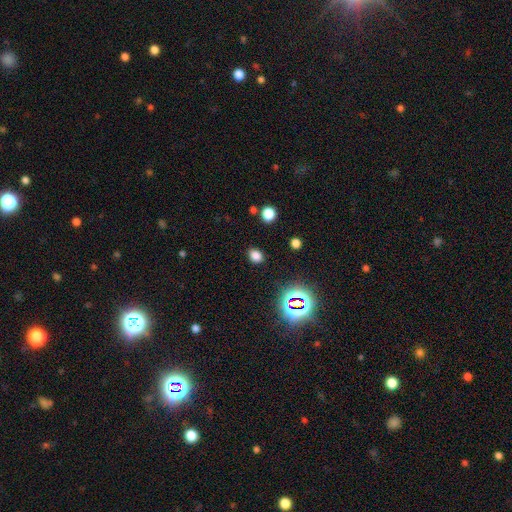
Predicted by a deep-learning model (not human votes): This appears to be a smooth galaxy with no disk features (74%) that is in between round and cigar-shaped (56%). Merging: none (87%).